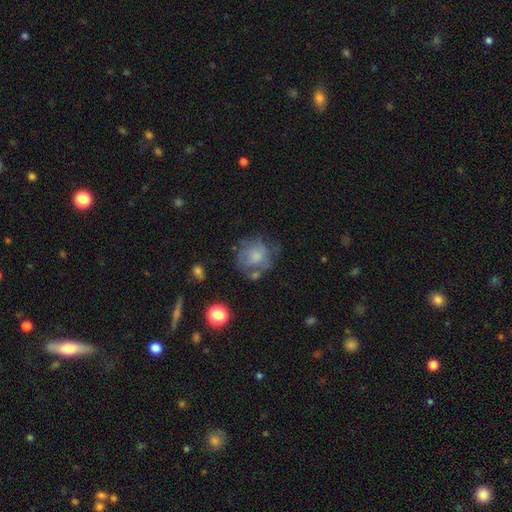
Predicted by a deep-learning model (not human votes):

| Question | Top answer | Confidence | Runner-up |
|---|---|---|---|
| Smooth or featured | smooth | 57% | featured or disk (34%) |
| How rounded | round | 77% | in between (22%) |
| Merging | none | 47% | minor disturbance (25%) |